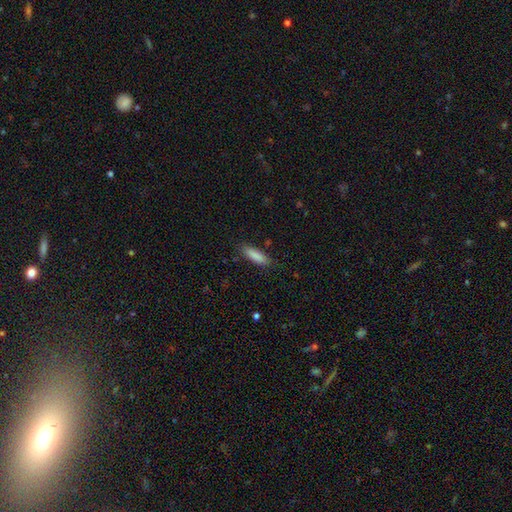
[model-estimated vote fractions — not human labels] Q: Smooth or featured?
A: smooth (87%); runner-up: featured or disk (6%)
Q: How rounded?
A: cigar-shaped (56%); runner-up: in between (42%)
Q: Merging?
A: none (85%); runner-up: minor disturbance (12%)